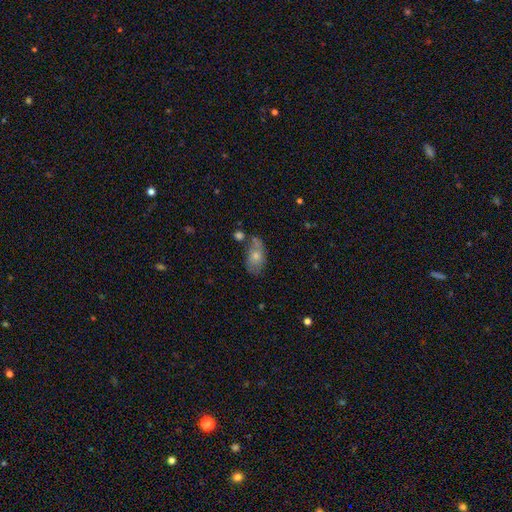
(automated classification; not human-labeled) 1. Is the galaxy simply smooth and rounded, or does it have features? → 68% smooth, 24% featured or disk, 8% star or artifact.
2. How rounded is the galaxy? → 88% in between, 9% round, 3% cigar-shaped.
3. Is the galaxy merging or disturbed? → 44% none, 26% minor disturbance, 19% merger, 12% major disturbance.